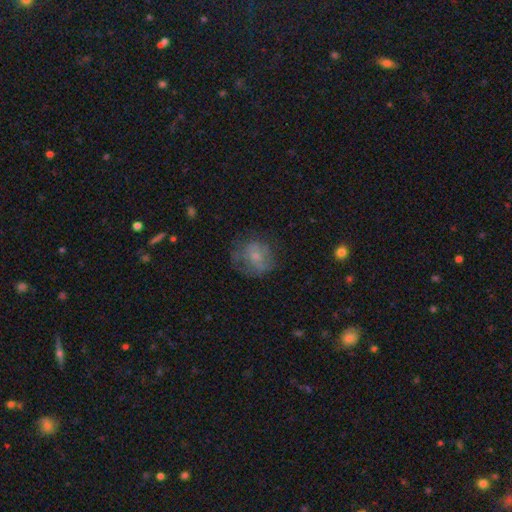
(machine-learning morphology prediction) The model was most divided on "smooth or featured": smooth: 54%, featured or disk: 35%, star or artifact: 11%. More confident: how rounded — round (75%); merging — none (54%).